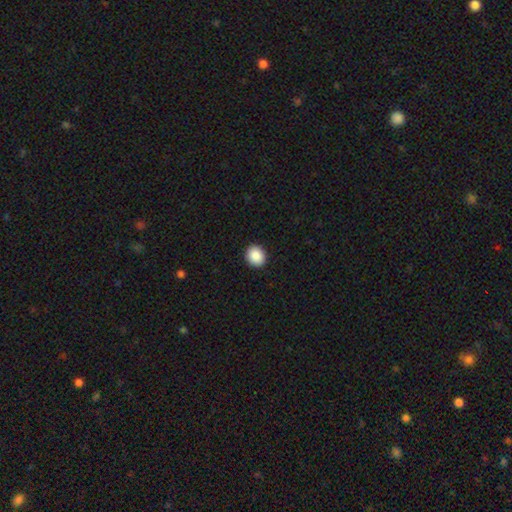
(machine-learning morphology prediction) A smooth galaxy with no disk features (90%) that is round (70%). Merging: none (92%).